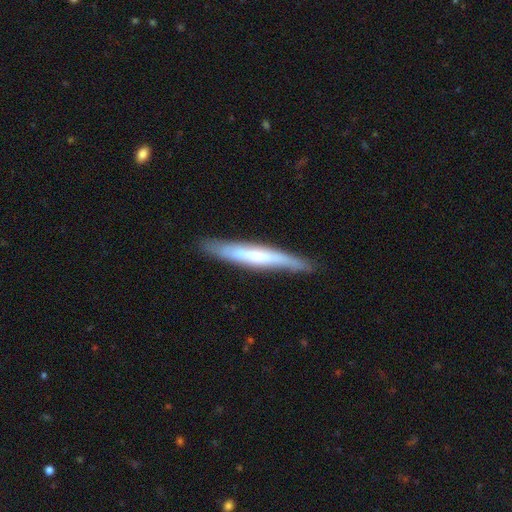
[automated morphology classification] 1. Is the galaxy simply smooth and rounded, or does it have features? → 53% featured or disk, 41% smooth, 7% star or artifact.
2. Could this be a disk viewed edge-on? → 87% yes, 13% no.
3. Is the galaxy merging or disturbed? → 85% none, 12% minor disturbance, 2% major disturbance, 1% merger.